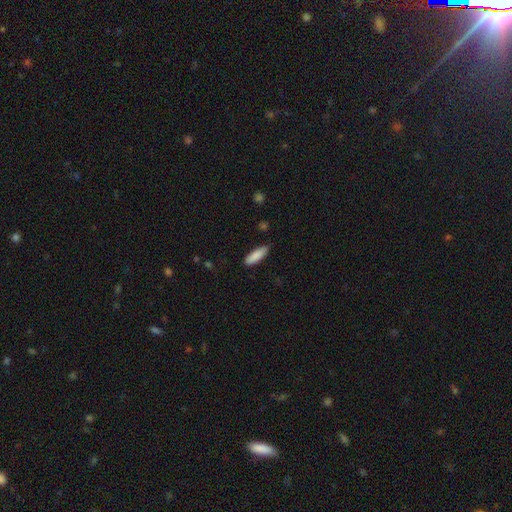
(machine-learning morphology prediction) smooth-or-featured: smooth: 88% | featured or disk: 7% | star or artifact: 6%
  how-rounded: cigar-shaped: 50% | in between: 48% | round: 1%
  merging: none: 81% | minor disturbance: 15% | major disturbance: 2% | merger: 1%